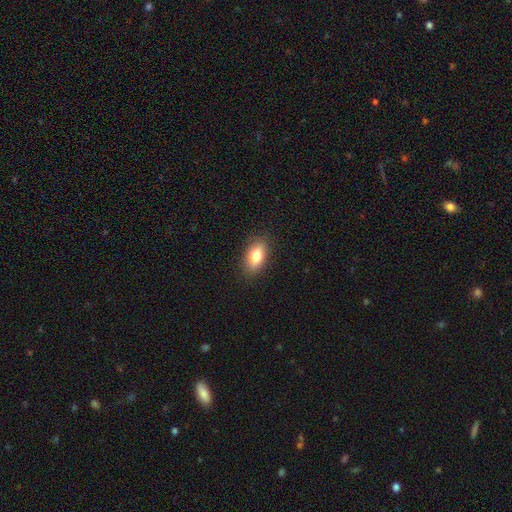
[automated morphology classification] Smooth or featured? Predicted: smooth (p=0.79). How rounded? Predicted: in between (p=0.85). Merging? Predicted: none (p=0.87).